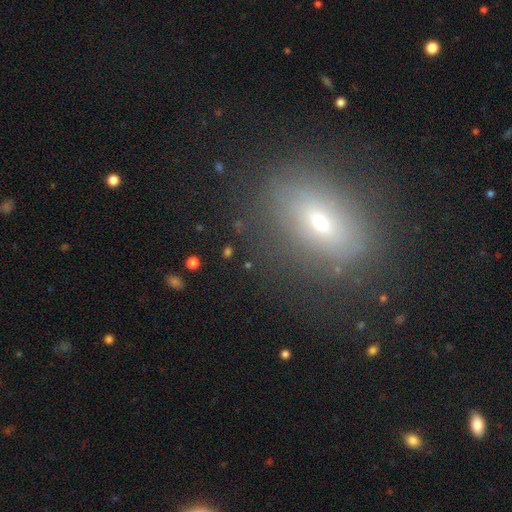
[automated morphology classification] smooth 51%, featured or disk 29%, star or artifact 20%. Down the decision tree: how rounded — in between (72%); merging — none (81%).